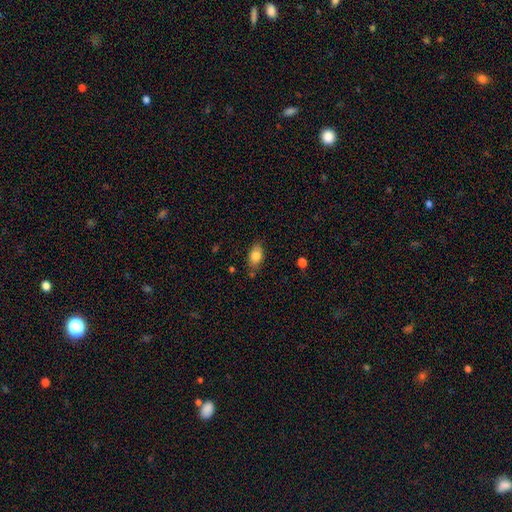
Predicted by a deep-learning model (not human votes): The model was most divided on "merging": none: 77%, minor disturbance: 16%, major disturbance: 4%, merger: 3%. More confident: how rounded — in between (87%); smooth or featured — smooth (82%).